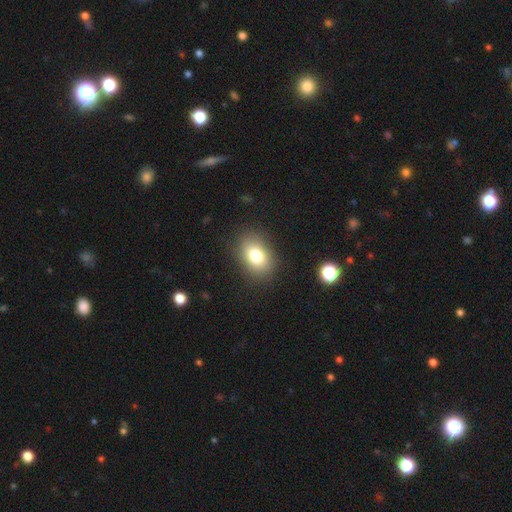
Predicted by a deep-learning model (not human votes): Smooth or featured?
  - smooth: 79% *
  - featured or disk: 11%
  - star or artifact: 10%
How rounded?
  - in between: 76% *
  - round: 22%
  - cigar-shaped: 1%
Merging?
  - none: 85% *
  - minor disturbance: 10%
  - major disturbance: 4%
  - merger: 1%